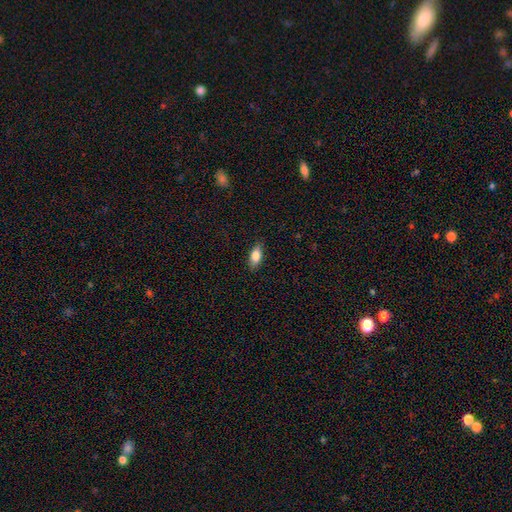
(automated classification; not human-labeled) Smooth or featured: smooth — 80% (featured or disk — 13%)
How rounded: in between — 83% (cigar-shaped — 13%)
Merging: none — 86% (minor disturbance — 11%)